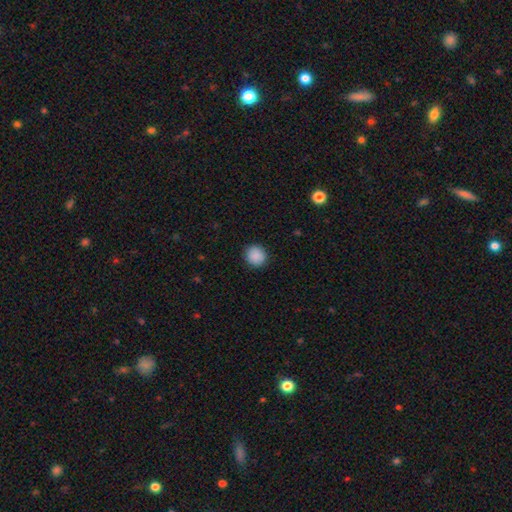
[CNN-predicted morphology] smooth-or-featured: smooth: 90% | star or artifact: 8% | featured or disk: 3%
  how-rounded: round: 90% | in between: 9% | cigar-shaped: 1%
  merging: none: 91% | minor disturbance: 6% | major disturbance: 2% | merger: 1%